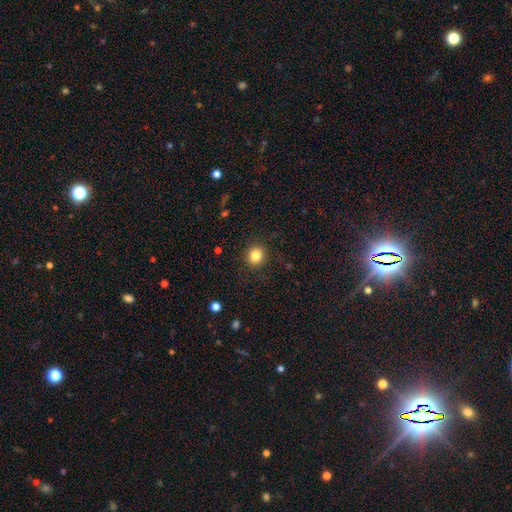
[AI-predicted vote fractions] The model was most divided on "smooth or featured": smooth: 84%, star or artifact: 11%, featured or disk: 5%. More confident: merging — none (89%); how rounded — round (86%).